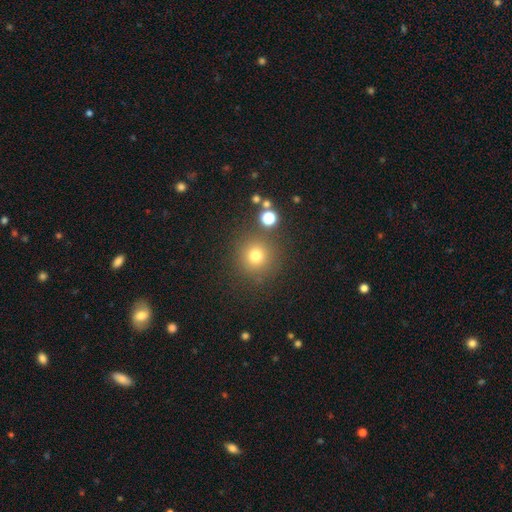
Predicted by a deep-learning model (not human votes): The model was most divided on "smooth or featured": smooth: 76%, star or artifact: 17%, featured or disk: 8%. More confident: how rounded — round (94%); merging — none (84%).